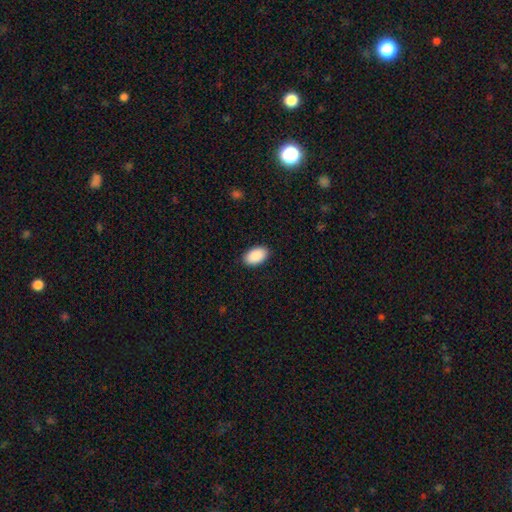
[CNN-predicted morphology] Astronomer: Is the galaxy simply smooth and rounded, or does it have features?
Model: smooth — 91%.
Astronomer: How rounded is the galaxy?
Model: in between — 94%.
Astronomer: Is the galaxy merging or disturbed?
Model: none — 90%.